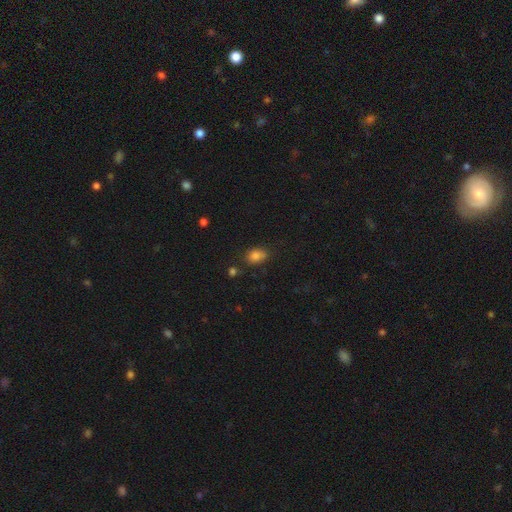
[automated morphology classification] A smooth galaxy with no disk features (81%) that is in between round and cigar-shaped (71%). Merging: none (66%).